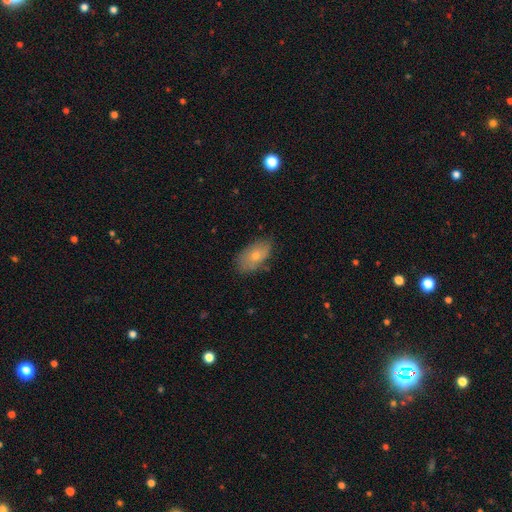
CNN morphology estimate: Smooth or featured?
  - smooth: 67% *
  - featured or disk: 26%
  - star or artifact: 7%
How rounded?
  - in between: 92% *
  - round: 6%
  - cigar-shaped: 2%
Merging?
  - none: 71% *
  - minor disturbance: 22%
  - major disturbance: 5%
  - merger: 2%